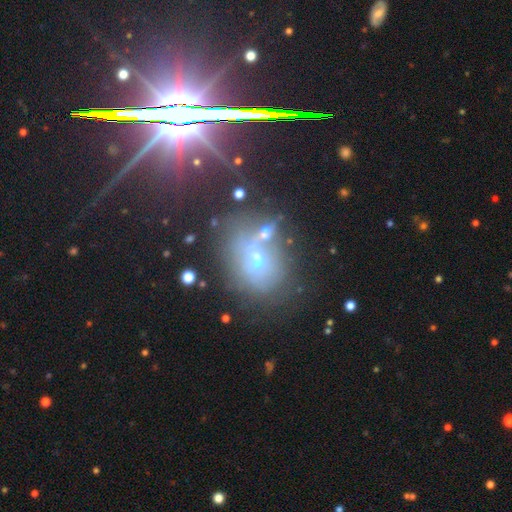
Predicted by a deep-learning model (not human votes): This appears to be a smooth galaxy with no disk features (38%). Merging: merger (40%).